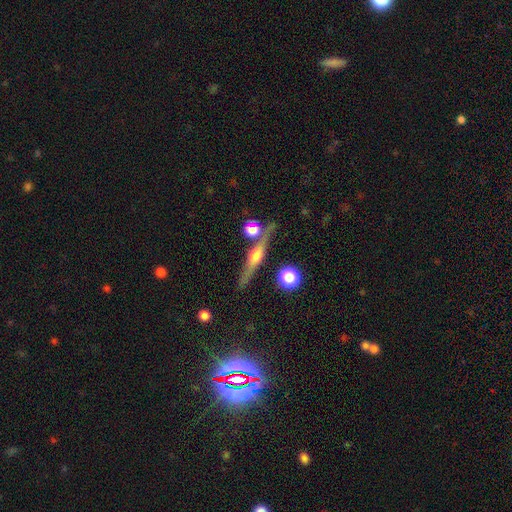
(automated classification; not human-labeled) A featured or disk galaxy (74%) viewed edge-on (96%) with a rounded central bulge (88%).

Vote fractions:
- Smooth or featured? featured or disk: 74% / smooth: 18% / star or artifact: 8%
- Edge-on disk? yes: 96% / no: 4%
- Edge-on bulge? rounded: 88% / boxy: 8% / none: 4%
- Merging? none: 77% / minor disturbance: 11% / merger: 8% / major disturbance: 3%